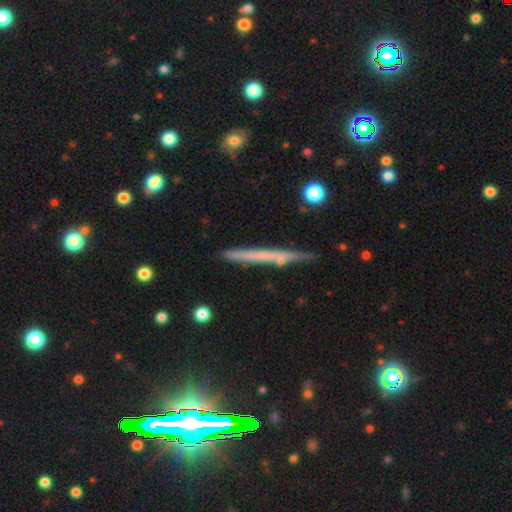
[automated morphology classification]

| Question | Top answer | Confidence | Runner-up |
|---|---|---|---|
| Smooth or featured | featured or disk | 48% | smooth (43%) |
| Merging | none | 85% | minor disturbance (11%) |